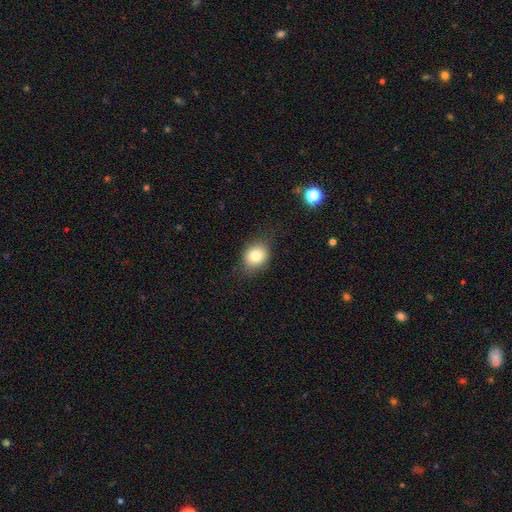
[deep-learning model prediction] smooth 80%, featured or disk 10%, star or artifact 10%. Down the decision tree: how rounded — round (56%); merging — none (77%).